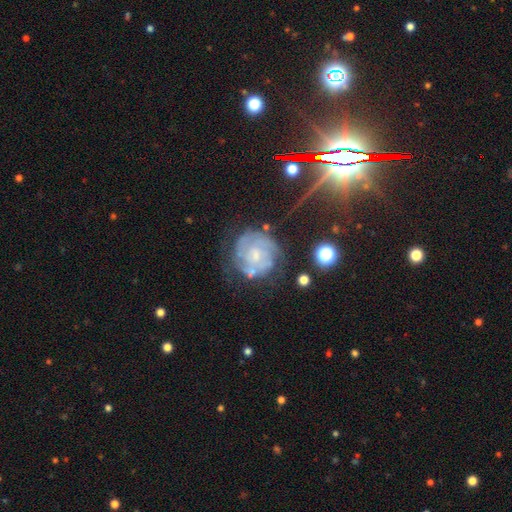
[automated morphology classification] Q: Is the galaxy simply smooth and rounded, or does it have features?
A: featured or disk — 75%.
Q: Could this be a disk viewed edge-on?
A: no — 97%.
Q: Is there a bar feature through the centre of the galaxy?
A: no — 67%.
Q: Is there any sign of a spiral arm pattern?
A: yes — 86%.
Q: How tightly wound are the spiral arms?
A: tight — 65%.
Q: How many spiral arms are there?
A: can't tell — 43%.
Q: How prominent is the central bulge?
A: small — 57%.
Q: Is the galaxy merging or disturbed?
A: none — 64%.